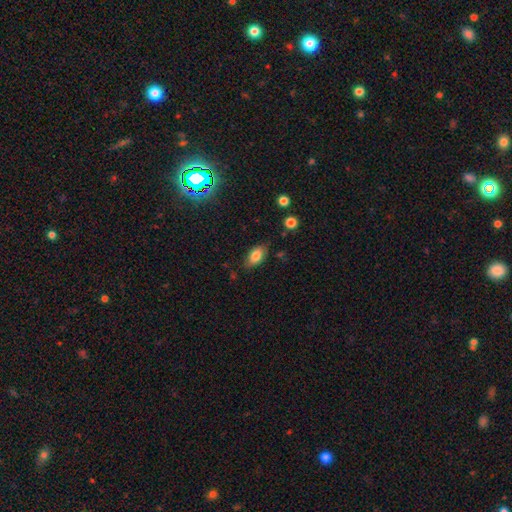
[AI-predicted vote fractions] This appears to be a smooth galaxy with no disk features (81%) that is in between round and cigar-shaped (89%). Merging: none (79%).